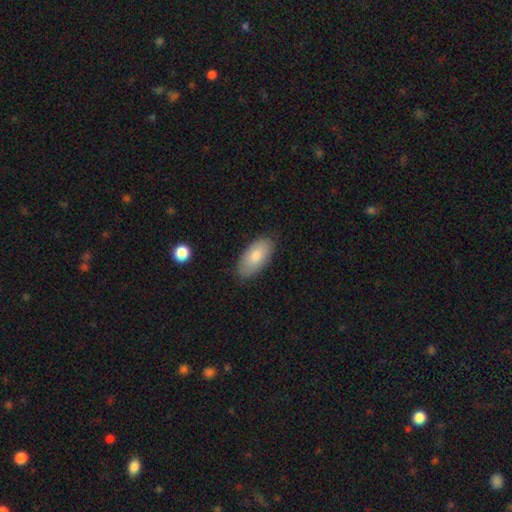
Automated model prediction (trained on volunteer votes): This appears to be a smooth galaxy with no disk features (82%) that is in between round and cigar-shaped (93%). Merging: none (83%).